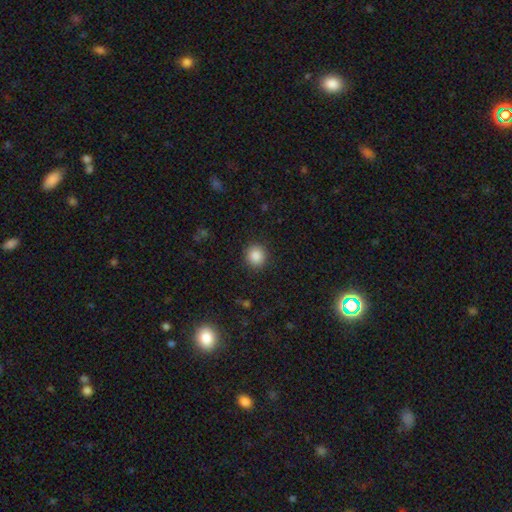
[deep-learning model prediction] smooth_or_featured: smooth (p=0.87) [alt: star or artifact p=0.10]
how_rounded: round (p=0.89) [alt: in between p=0.10]
merging: none (p=0.90) [alt: minor disturbance p=0.06]